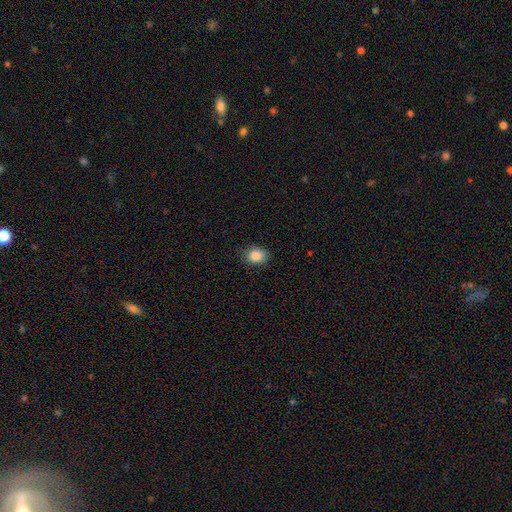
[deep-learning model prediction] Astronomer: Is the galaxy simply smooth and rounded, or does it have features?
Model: smooth — 86%.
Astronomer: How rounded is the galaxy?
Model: round — 59% (runner-up: in between, 40%).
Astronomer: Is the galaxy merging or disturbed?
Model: none — 81%.